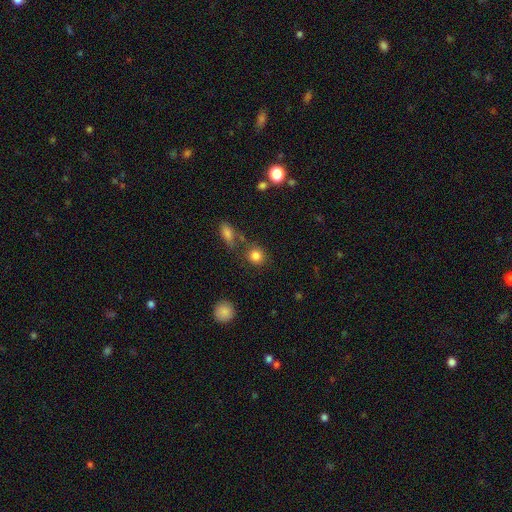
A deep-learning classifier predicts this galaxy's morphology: type=smooth (84%); roundness=round (84%); merging=none (73%).